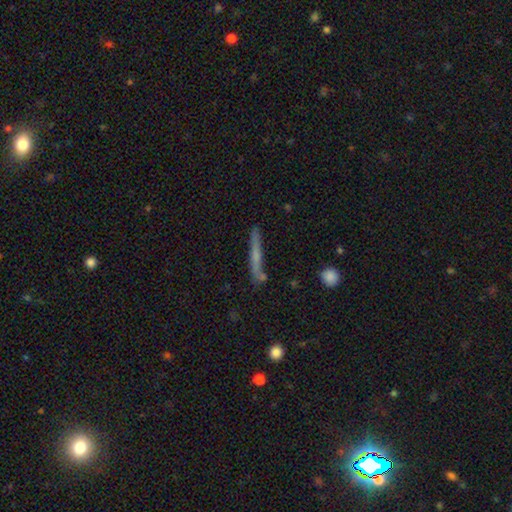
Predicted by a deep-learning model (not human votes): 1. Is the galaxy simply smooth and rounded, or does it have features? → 47% smooth, 45% featured or disk, 7% star or artifact.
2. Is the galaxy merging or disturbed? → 74% none, 16% minor disturbance, 6% merger, 4% major disturbance.